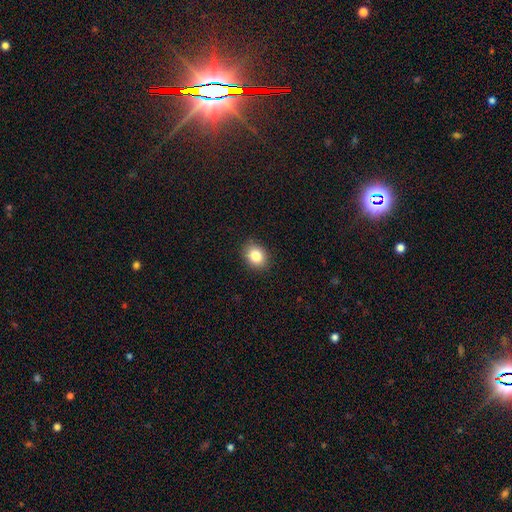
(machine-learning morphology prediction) Smooth or featured: smooth — 84% (star or artifact — 9%)
How rounded: in between — 53% (round — 46%)
Merging: none — 89% (minor disturbance — 8%)